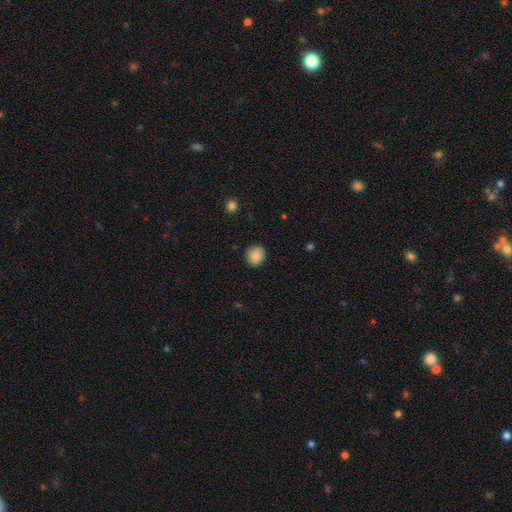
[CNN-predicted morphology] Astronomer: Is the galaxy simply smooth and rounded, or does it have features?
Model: smooth — 87%.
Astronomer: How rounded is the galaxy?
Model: round — 83%.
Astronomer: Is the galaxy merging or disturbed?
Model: none — 88%.